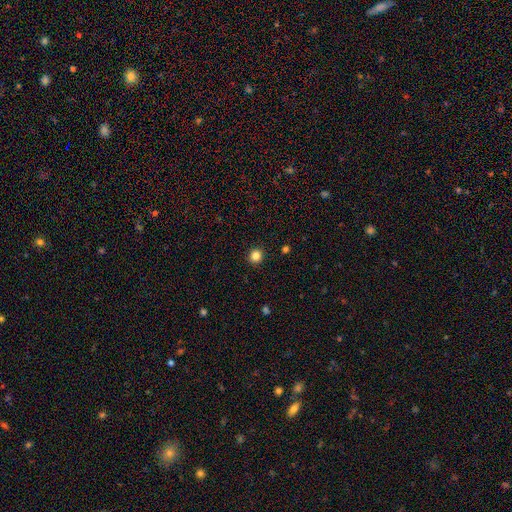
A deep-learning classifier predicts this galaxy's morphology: Smooth or featured: smooth — 84% (star or artifact — 12%)
How rounded: round — 93% (in between — 6%)
Merging: none — 93% (minor disturbance — 4%)